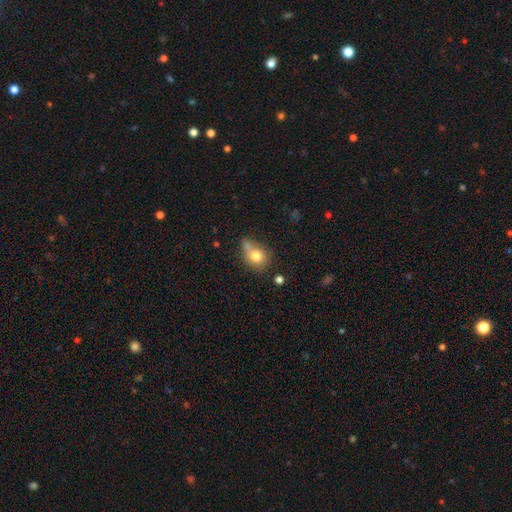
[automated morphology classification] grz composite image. It shows a smooth galaxy with no disk features (77%) that is round (63%). Merging: none (42%).